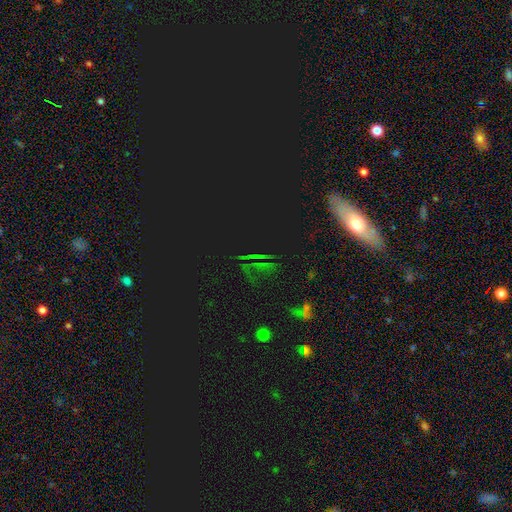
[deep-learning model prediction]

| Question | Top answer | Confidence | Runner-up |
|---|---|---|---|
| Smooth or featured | star or artifact | 77% | smooth (15%) |